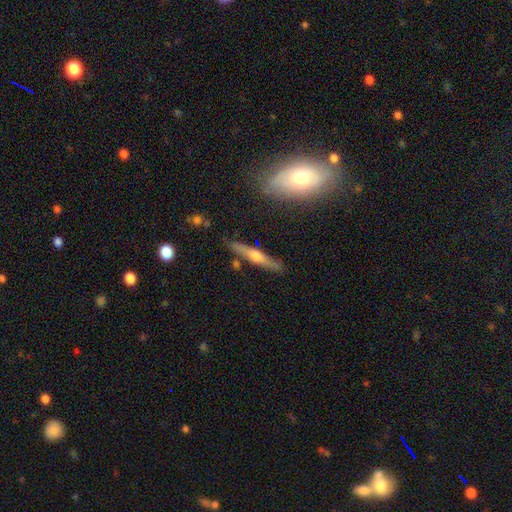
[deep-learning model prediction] Overall: featured or disk (58%; smooth 36%). Edge-on disk: yes (95%). Edge-on bulge: rounded (84%). Merging: none (84%).